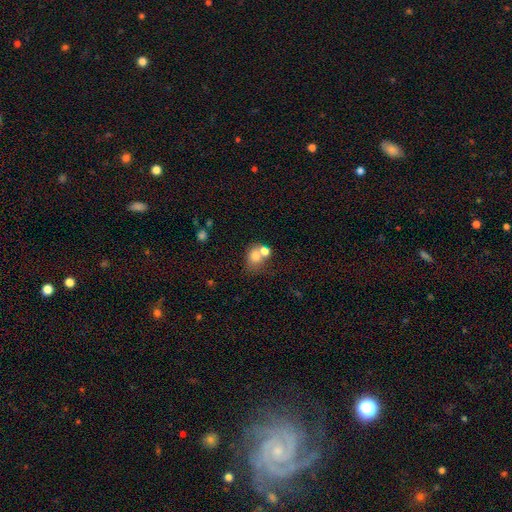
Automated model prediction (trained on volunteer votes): The model was most divided on "how rounded": round: 50%, in between: 49%, cigar-shaped: 1%. Remaining: smooth or featured — smooth (73%); merging — merger (44%).